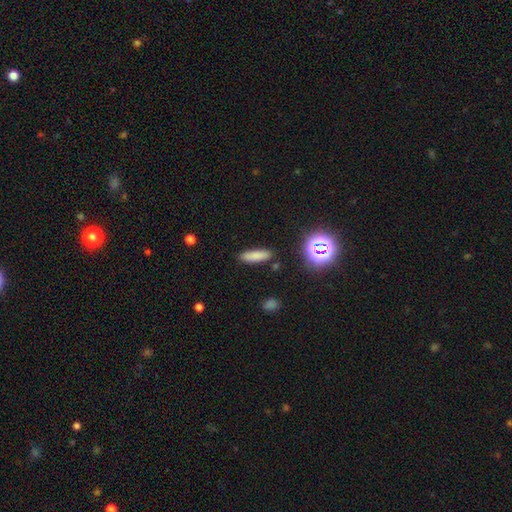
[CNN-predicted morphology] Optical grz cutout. It shows a smooth galaxy with no disk features (78%) that is cigar-shaped (61%). Merging: none (86%).